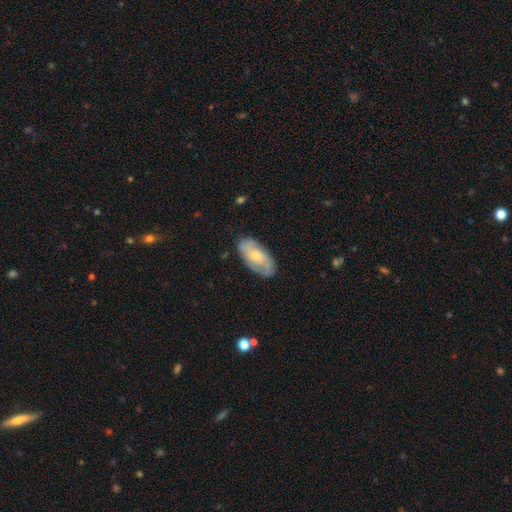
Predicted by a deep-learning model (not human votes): A featured or disk galaxy (54%).

Vote fractions:
- Smooth or featured? featured or disk: 54% / smooth: 40% / star or artifact: 6%
- Edge-on disk? no: 91% / yes: 9%
- Merging? none: 80% / minor disturbance: 16% / major disturbance: 3% / merger: 1%